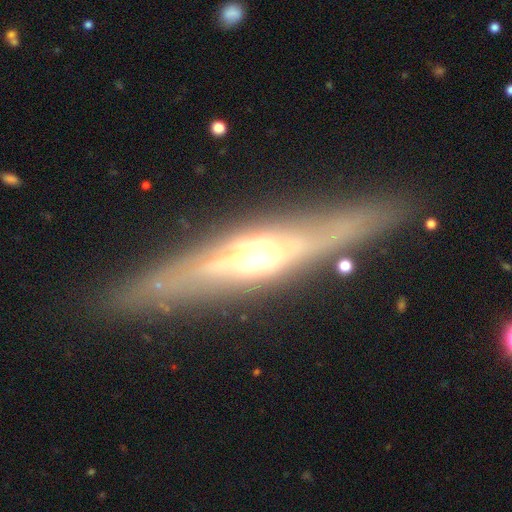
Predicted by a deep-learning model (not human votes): smooth-or-featured: featured or disk: 75% | smooth: 18% | star or artifact: 7%
  disk-edge-on: yes: 90% | no: 10%
    edge-on-bulge: rounded: 89% | boxy: 7% | none: 5%
  merging: none: 86% | minor disturbance: 9% | major disturbance: 3% | merger: 2%